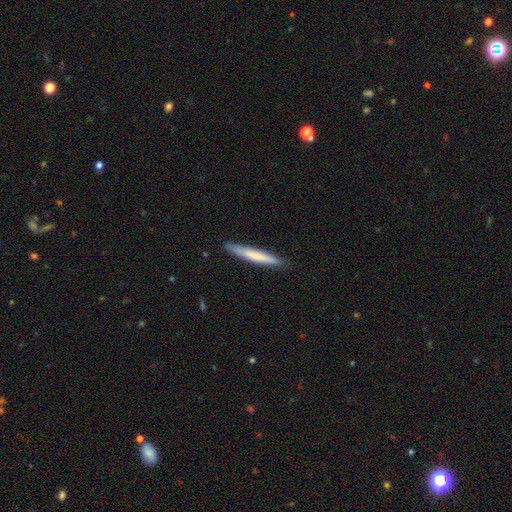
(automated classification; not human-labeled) Morphology: type=smooth (68%); roundness=cigar-shaped (96%); merging=none (88%).